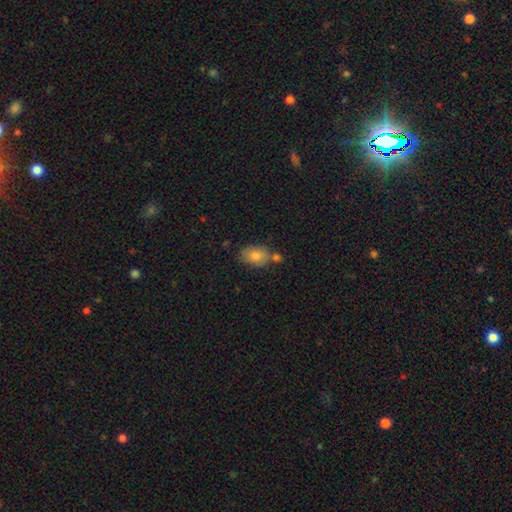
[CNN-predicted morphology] smooth 77%, featured or disk 14%, star or artifact 9%. Down the decision tree: how rounded — in between (79%); merging — none (61%).